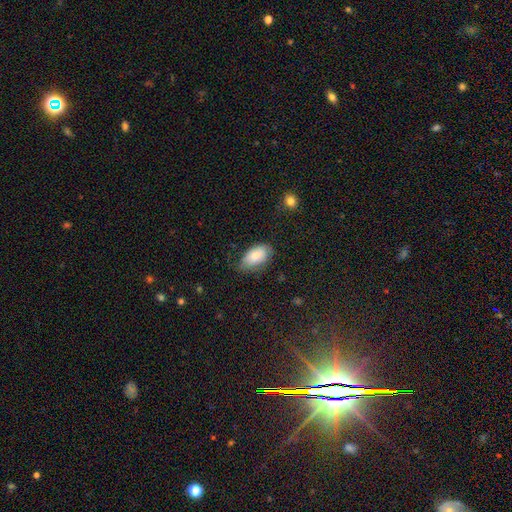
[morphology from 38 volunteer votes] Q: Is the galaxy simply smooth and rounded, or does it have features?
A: smooth — 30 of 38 (79%).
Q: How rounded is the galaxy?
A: in between — 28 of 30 (93%).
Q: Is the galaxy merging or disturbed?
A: none — 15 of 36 (42%).